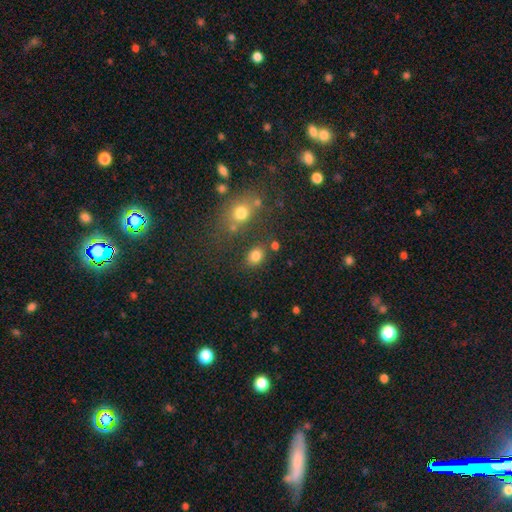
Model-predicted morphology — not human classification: The model was most divided on "how rounded": in between: 67%, round: 32%, cigar-shaped: 1%. More confident: smooth or featured — smooth (81%); merging — none (75%).